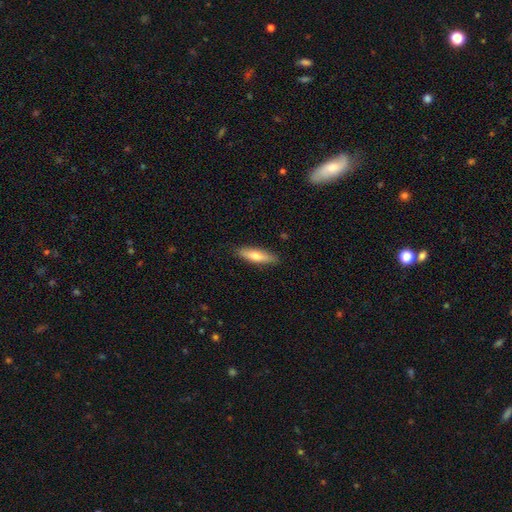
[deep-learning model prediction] A smooth galaxy with no disk features (65%) that is cigar-shaped (72%). Merging: none (87%).